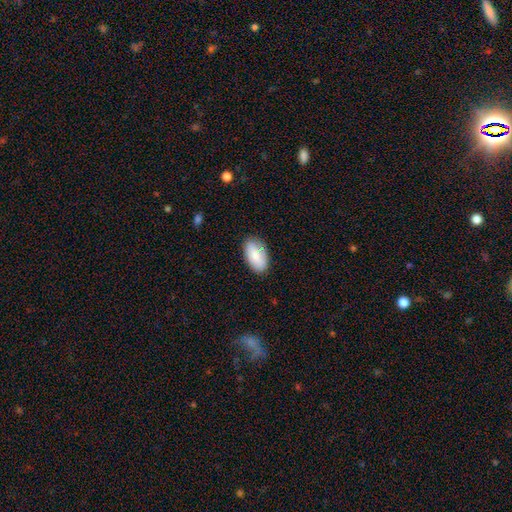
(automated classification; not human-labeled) A smooth galaxy with no disk features (83%) that is in between round and cigar-shaped (94%). Merging: none (80%).